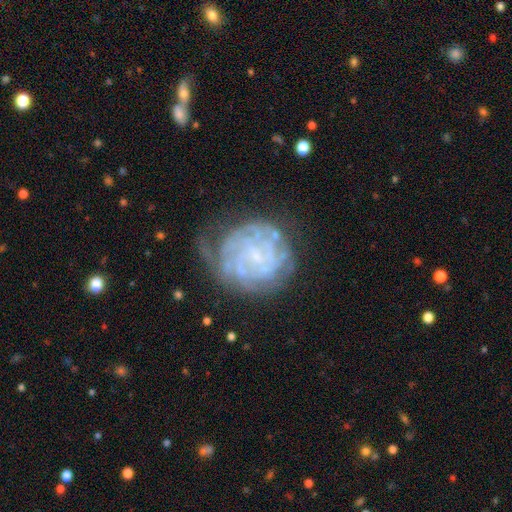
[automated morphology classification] Smooth or featured: featured or disk — 80% (smooth — 12%)
Edge-on disk: no — 98% (yes — 2%)
Bar: no — 63% (weak — 30%)
Spiral arms: yes — 87% (no — 13%)
Spiral winding: tight — 71% (medium — 22%)
Spiral arm count: can't tell — 48% (4 — 15%)
Bulge size: small — 74% (none — 15%)
Merging: none — 56% (minor disturbance — 25%)